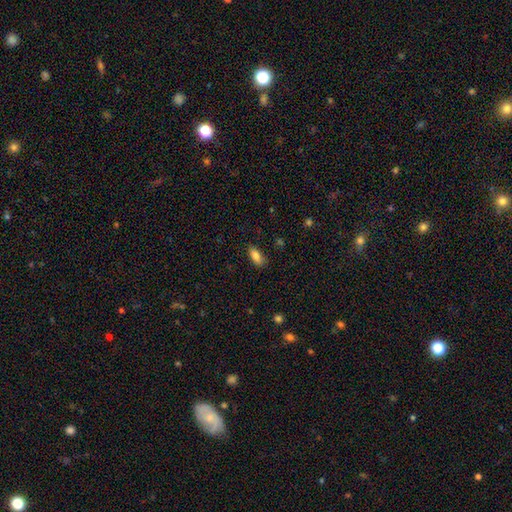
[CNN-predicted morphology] Smooth or featured? Predicted: smooth (p=0.84). How rounded? Predicted: in between (p=0.85). Merging? Predicted: none (p=0.81).